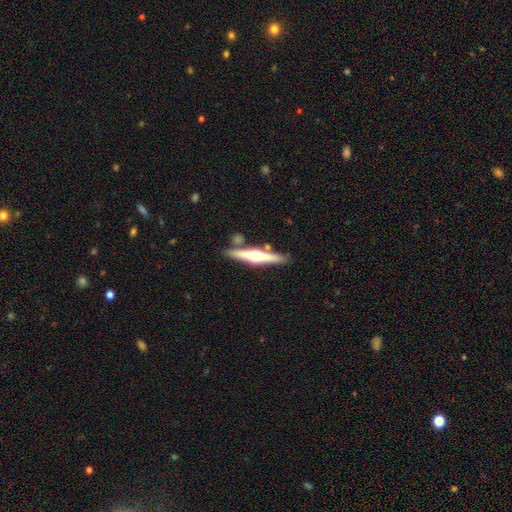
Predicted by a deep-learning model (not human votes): smooth_or_featured: featured or disk (p=0.66) [alt: smooth p=0.29]
disk_edge_on: yes (p=0.97) [alt: no p=0.03]
edge_on_bulge: rounded (p=0.93) [alt: boxy p=0.04]
merging: none (p=0.80) [alt: minor disturbance p=0.10]